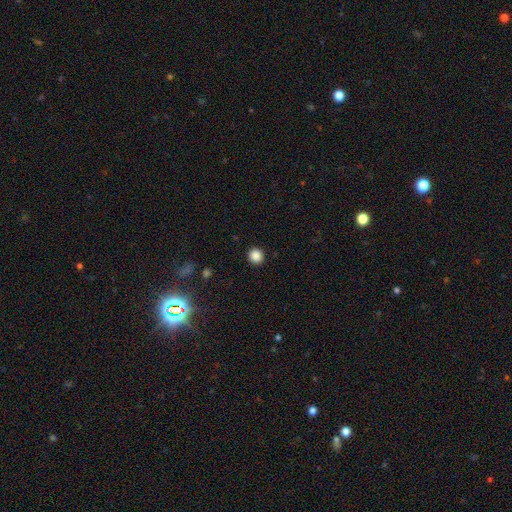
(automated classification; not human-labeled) Morphology: type=smooth (87%); roundness=round (90%); merging=none (92%).